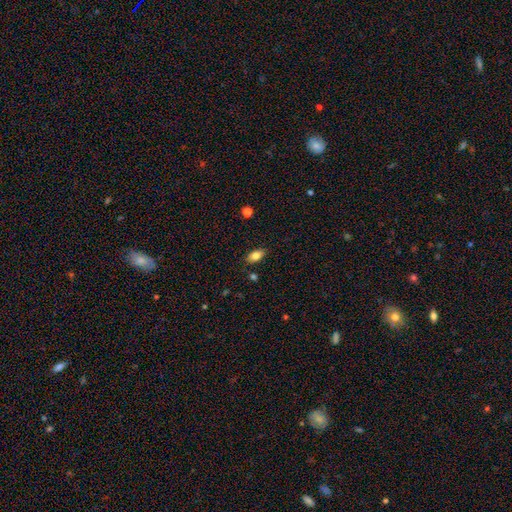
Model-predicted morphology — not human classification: Smooth or featured? smooth (81%)
How rounded? in between (89%)
Merging? none (84%)